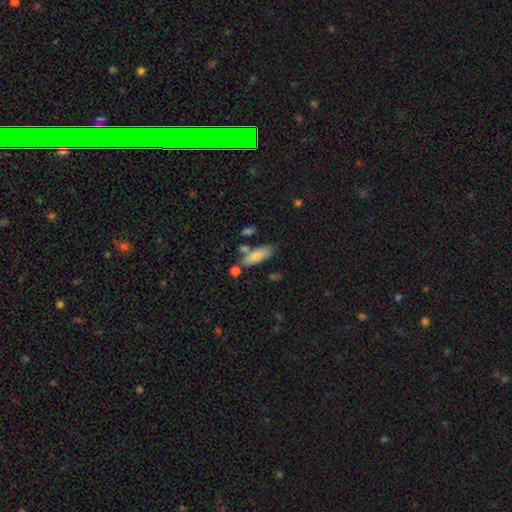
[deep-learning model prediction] Smooth or featured: smooth — 81% (featured or disk — 12%)
How rounded: in between — 68% (cigar-shaped — 29%)
Merging: none — 60% (minor disturbance — 19%)